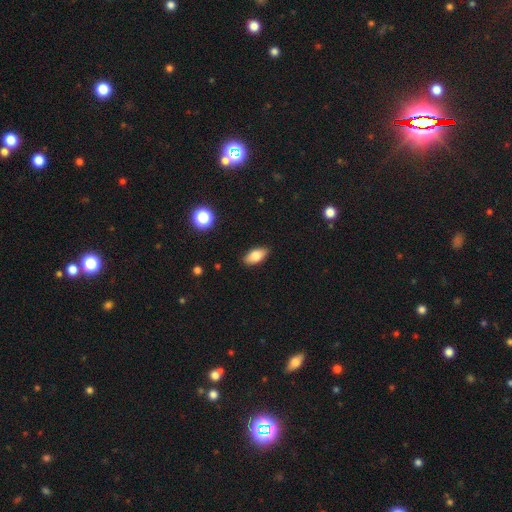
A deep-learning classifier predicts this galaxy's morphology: Q: Smooth or featured?
A: smooth (80%); runner-up: featured or disk (12%)
Q: How rounded?
A: in between (90%); runner-up: cigar-shaped (6%)
Q: Merging?
A: none (88%); runner-up: minor disturbance (9%)